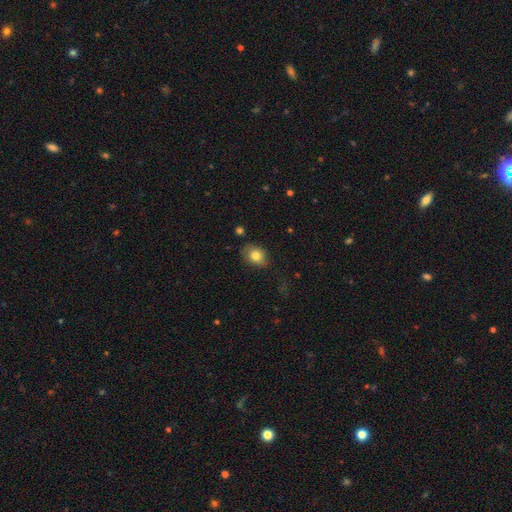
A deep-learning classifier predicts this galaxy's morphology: Q: Smooth or featured?
A: smooth (80%); runner-up: featured or disk (11%)
Q: How rounded?
A: in between (60%); runner-up: round (39%)
Q: Merging?
A: none (70%); runner-up: minor disturbance (22%)